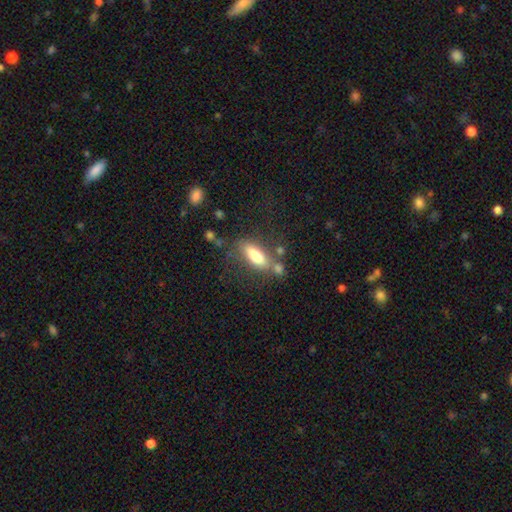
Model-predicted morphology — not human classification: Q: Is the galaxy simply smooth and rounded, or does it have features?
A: smooth — 73%.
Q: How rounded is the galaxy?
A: in between — 68%.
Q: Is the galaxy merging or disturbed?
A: none — 62%.